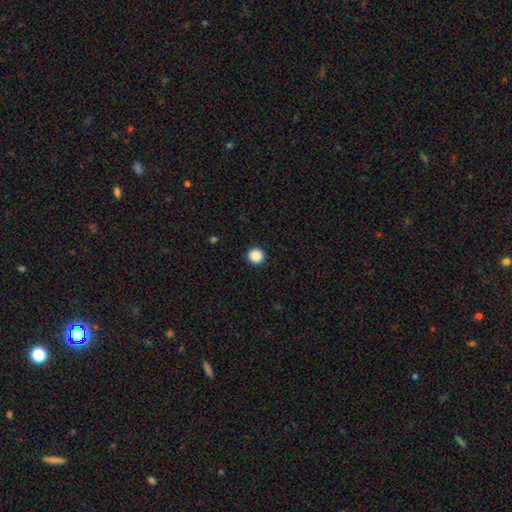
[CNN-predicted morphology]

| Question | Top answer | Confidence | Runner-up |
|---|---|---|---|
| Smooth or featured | smooth | 89% | star or artifact (9%) |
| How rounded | round | 96% | in between (3%) |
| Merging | none | 93% | minor disturbance (4%) |